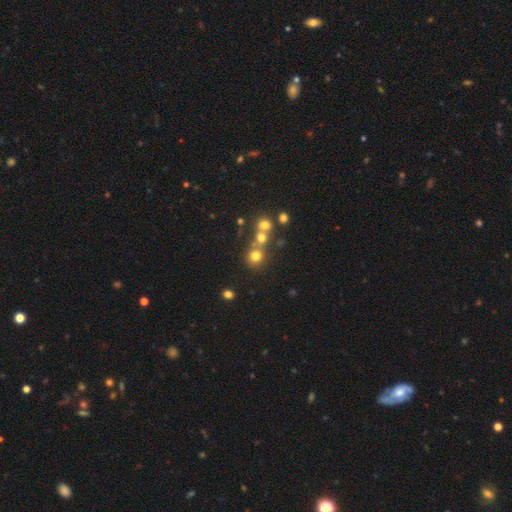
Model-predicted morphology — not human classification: Smooth or featured?
  - smooth: 70% *
  - star or artifact: 18%
  - featured or disk: 12%
How rounded?
  - round: 86% *
  - in between: 13%
  - cigar-shaped: 1%
Merging?
  - none: 53% *
  - merger: 36%
  - minor disturbance: 8%
  - major disturbance: 4%